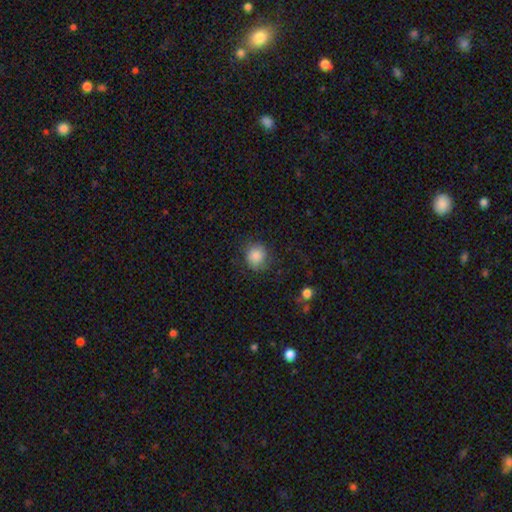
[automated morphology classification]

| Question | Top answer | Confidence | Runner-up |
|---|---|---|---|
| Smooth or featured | smooth | 85% | star or artifact (8%) |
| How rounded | round | 86% | in between (13%) |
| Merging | none | 78% | minor disturbance (15%) |